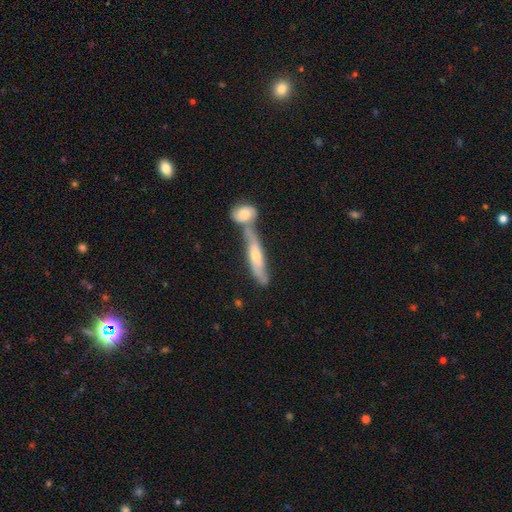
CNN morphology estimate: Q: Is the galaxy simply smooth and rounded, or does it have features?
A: featured or disk — 60%.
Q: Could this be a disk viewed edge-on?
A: yes — 57%.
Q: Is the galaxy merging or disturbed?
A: merger — 47%.